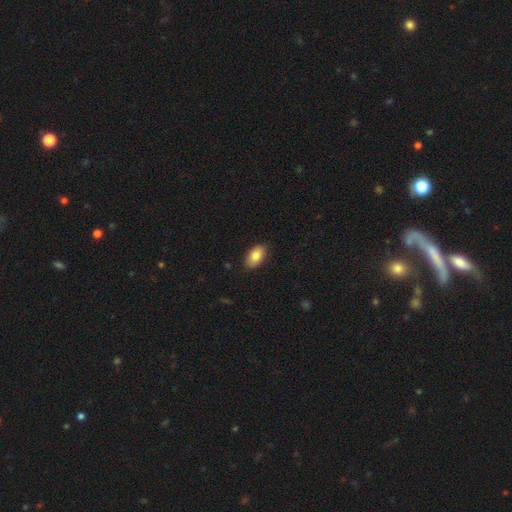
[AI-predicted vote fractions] A smooth galaxy with no disk features (85%) that is in between round and cigar-shaped (93%). Merging: none (85%).